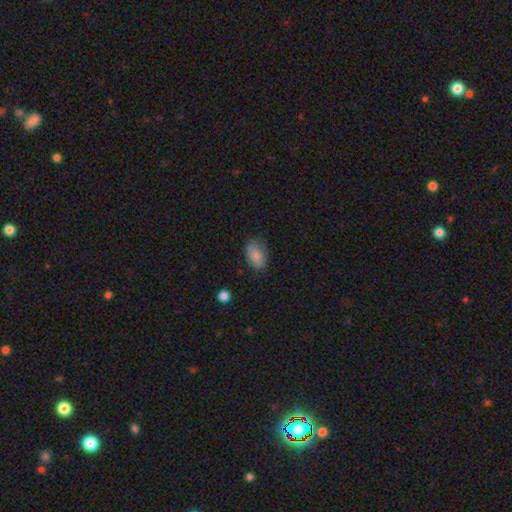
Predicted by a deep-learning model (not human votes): smooth 81%, featured or disk 11%, star or artifact 8%. Down the decision tree: how rounded — in between (88%); merging — none (67%).